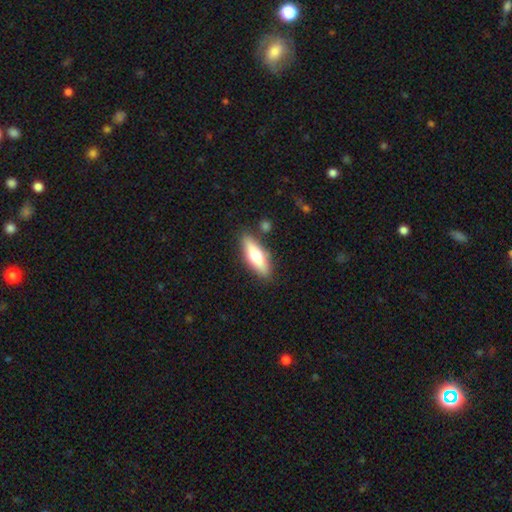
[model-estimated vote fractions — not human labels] This is likely a smooth galaxy (60%). How rounded: possibly in between (55%). Merging: clearly none (83%).